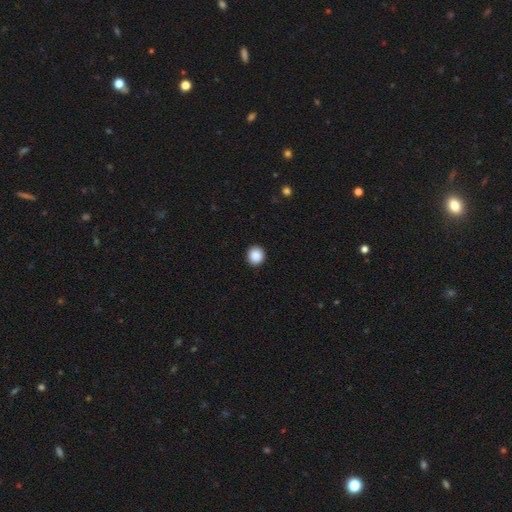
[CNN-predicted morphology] Smooth or featured? Predicted: smooth (p=0.89). How rounded? Predicted: round (p=0.92). Merging? Predicted: none (p=0.92).